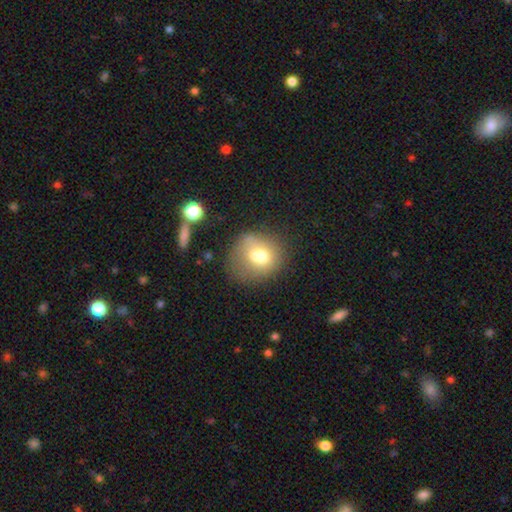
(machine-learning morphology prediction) Q: Smooth or featured?
A: smooth (65%); runner-up: featured or disk (24%)
Q: How rounded?
A: round (65%); runner-up: in between (34%)
Q: Merging?
A: none (40%); runner-up: minor disturbance (22%)